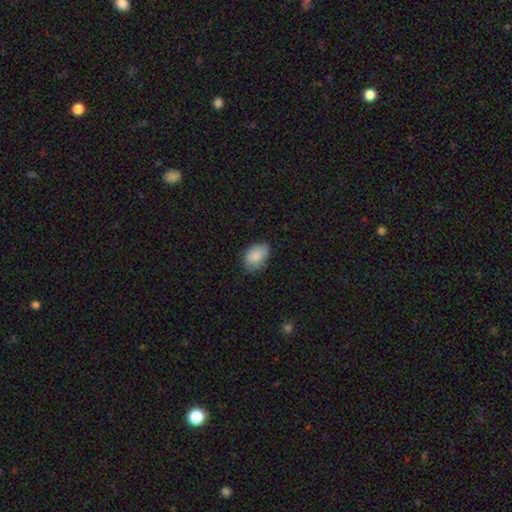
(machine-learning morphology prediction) Smooth or featured? Predicted: smooth (p=0.85). How rounded? Predicted: in between (p=0.85). Merging? Predicted: none (p=0.66).